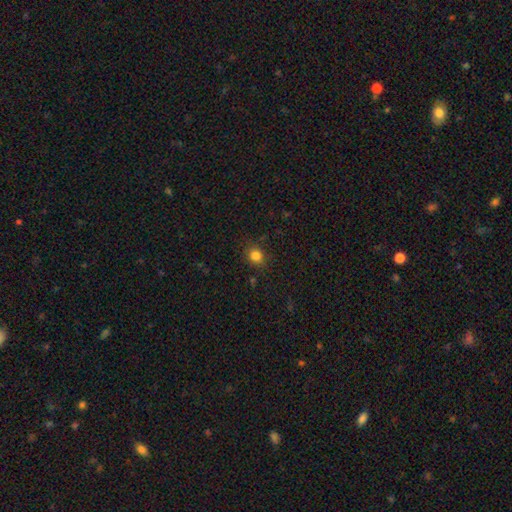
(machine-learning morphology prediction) A smooth galaxy with no disk features (83%) that is round (76%). Merging: none (86%).